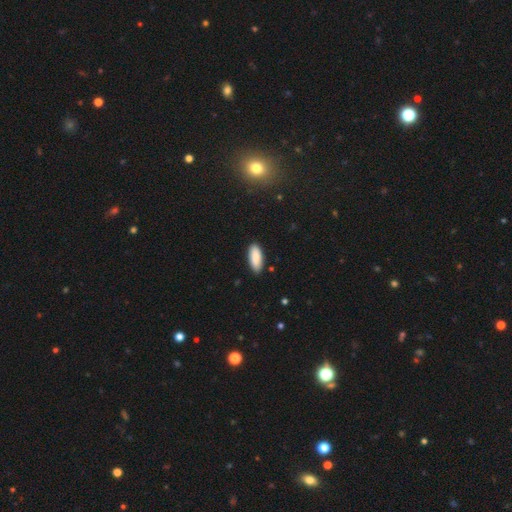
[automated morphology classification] Smooth or featured? smooth (88%)
How rounded? in between (81%)
Merging? none (87%)